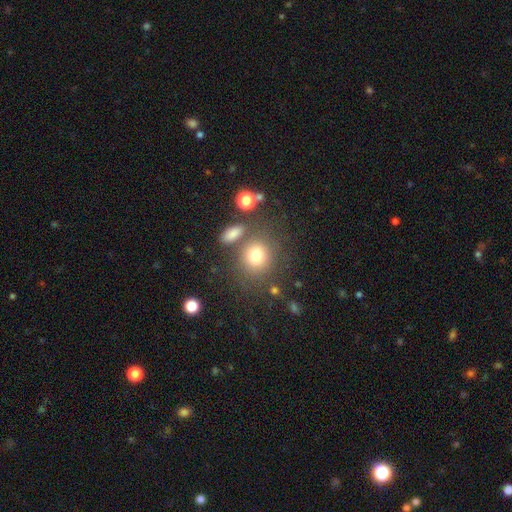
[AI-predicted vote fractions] Overall: smooth (76%). How rounded: round (78%). Merging: none (69%).